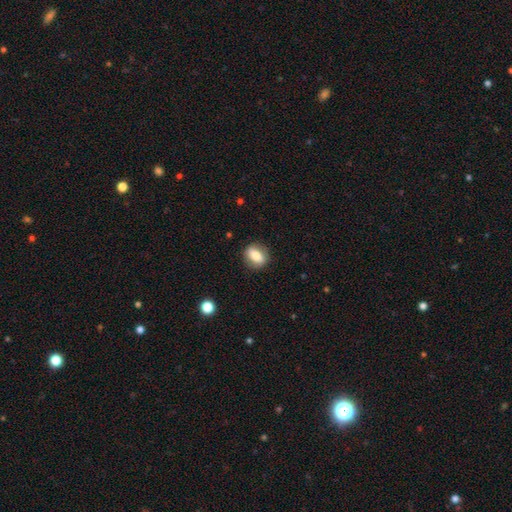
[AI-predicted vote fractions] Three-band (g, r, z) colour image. It shows a smooth galaxy with no disk features (70%) that is in between round and cigar-shaped (55%). Merging: none (86%).